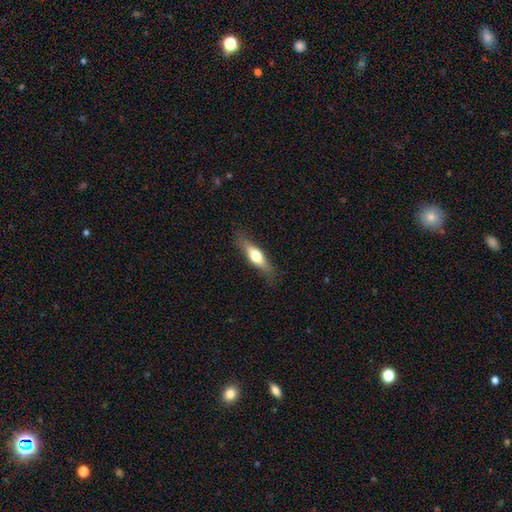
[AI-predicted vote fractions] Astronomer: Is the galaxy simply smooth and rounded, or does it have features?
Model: smooth — 55% (runner-up: featured or disk, 39%).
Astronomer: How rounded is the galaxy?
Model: cigar-shaped — 59% (runner-up: in between, 39%).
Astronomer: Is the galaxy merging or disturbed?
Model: none — 81%.